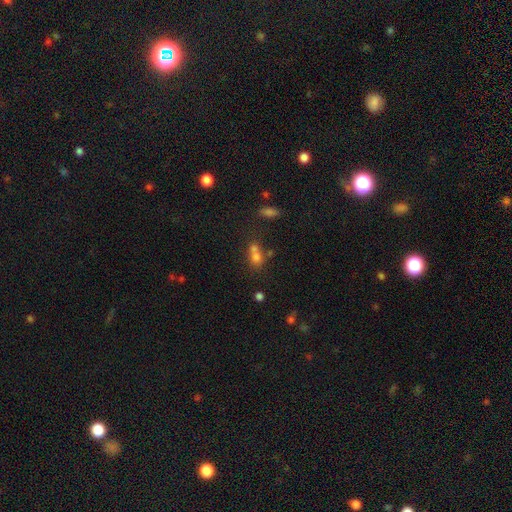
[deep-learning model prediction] smooth_or_featured: smooth (p=0.66) [alt: star or artifact p=0.20]
how_rounded: round (p=0.55) [alt: in between p=0.41]
merging: merger (p=0.51) [alt: none p=0.35]